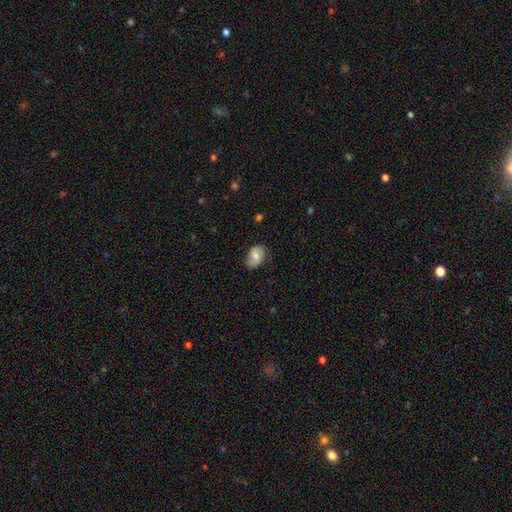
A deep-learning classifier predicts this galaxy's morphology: This appears to be a smooth galaxy with no disk features (55%) that is in between round and cigar-shaped (81%). Merging: none (72%).